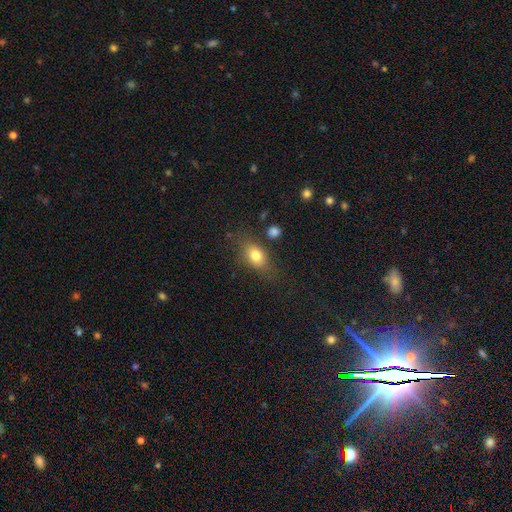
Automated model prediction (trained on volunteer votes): Smooth or featured? smooth (78%)
How rounded? in between (74%)
Merging? none (72%)